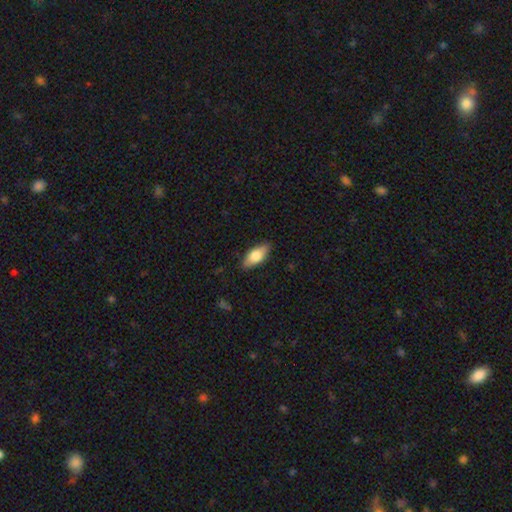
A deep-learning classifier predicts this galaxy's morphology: Smooth or featured?
  - smooth: 70% *
  - featured or disk: 24%
  - star or artifact: 6%
How rounded?
  - in between: 82% *
  - cigar-shaped: 15%
  - round: 3%
Merging?
  - none: 86% *
  - minor disturbance: 11%
  - major disturbance: 2%
  - merger: 1%